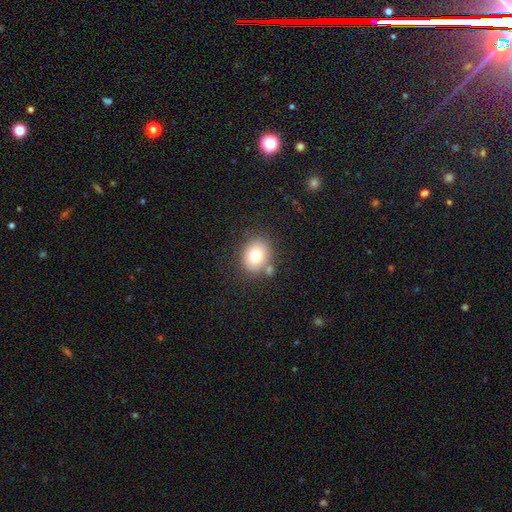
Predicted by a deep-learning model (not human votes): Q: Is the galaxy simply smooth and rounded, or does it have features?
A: smooth — 76%.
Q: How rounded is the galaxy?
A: round — 60%.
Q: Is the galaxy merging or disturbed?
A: none — 71%.